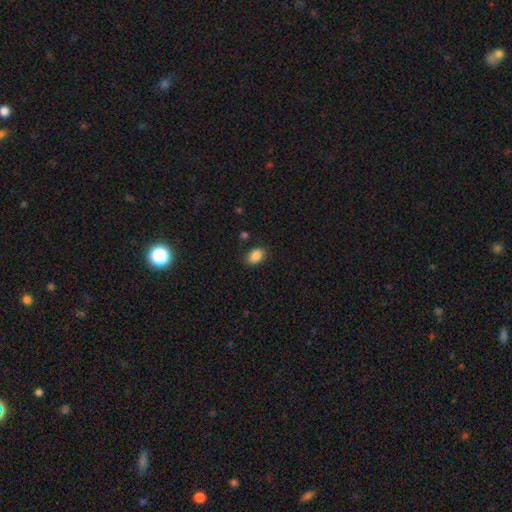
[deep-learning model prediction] Overall: smooth (88%). How rounded: in between (79%). Merging: none (81%).